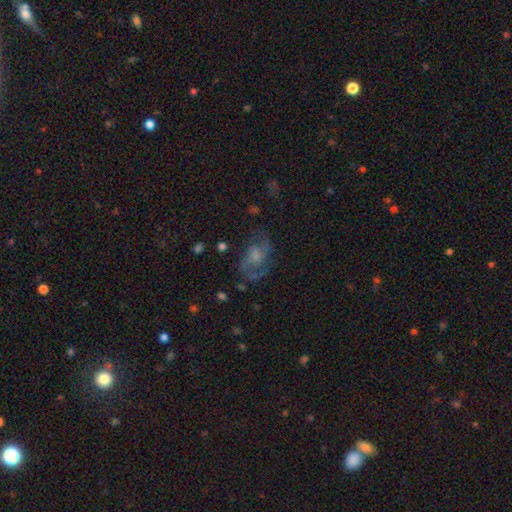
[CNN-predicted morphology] smooth-or-featured: featured or disk: 60% | smooth: 29% | star or artifact: 11%
  disk-edge-on: no: 97% | yes: 3%
    bar: no: 63% | weak: 31% | strong: 5%
    has-spiral-arms: yes: 78% | no: 22%
    bulge-size: small: 34% | moderate: 30% | none: 25% | large: 9% | dominant: 2%
  merging: none: 54% | major disturbance: 22% | minor disturbance: 21% | merger: 3%